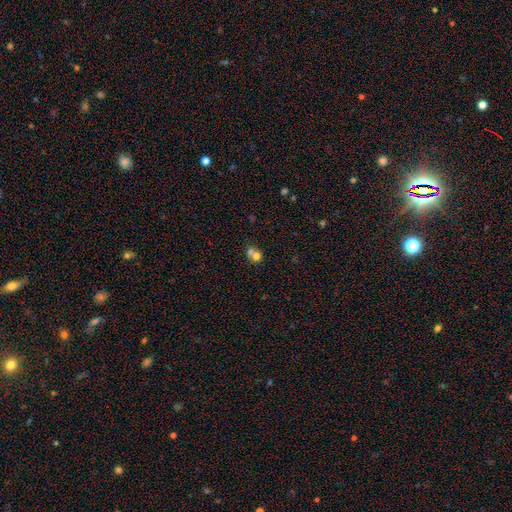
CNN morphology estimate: This is likely a smooth galaxy (68%). How rounded: likely round (77%). Merging: possibly merger (58%).